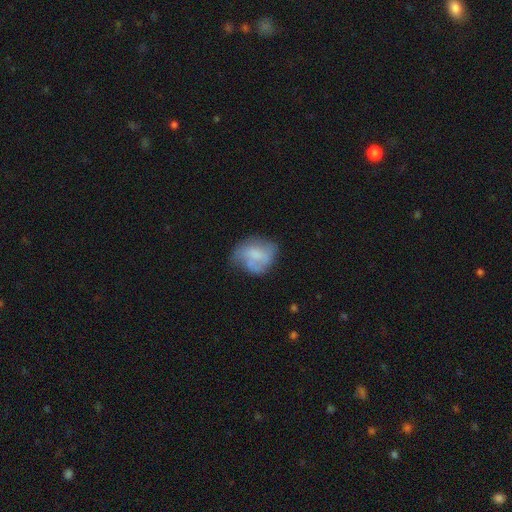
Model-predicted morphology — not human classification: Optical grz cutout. It shows a smooth galaxy with no disk features (56%) that is round (52%). Merging: none (42%).